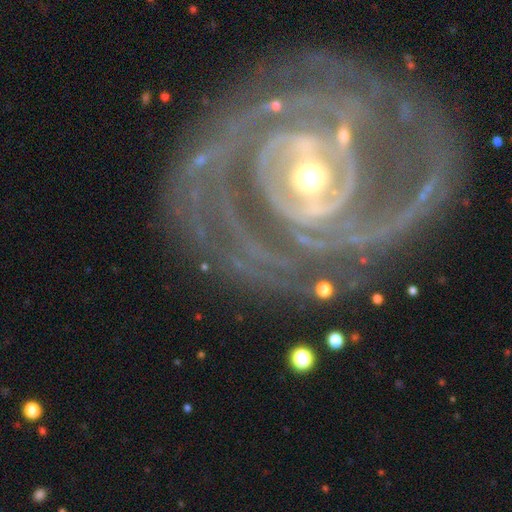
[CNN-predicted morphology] This is clearly a featured or disk galaxy (91%). It is clearly not viewed edge-on (97%). Bar: marginally strong (36%). Spiral arm pattern: clearly yes (97%). Spiral arm count: marginally 2 (35%). Spiral winding: likely tight (70%). Central bulge: possibly moderate (59%). Merging: likely none (73%).